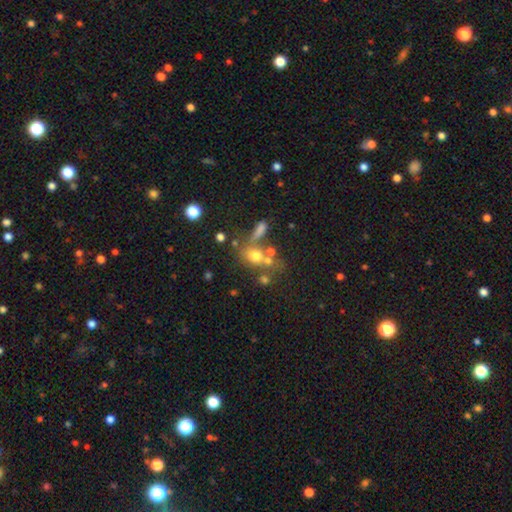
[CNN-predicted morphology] The model was most divided on "how rounded": round: 50%, in between: 46%, cigar-shaped: 4%. Remaining: smooth or featured — smooth (63%); merging — none (40%).